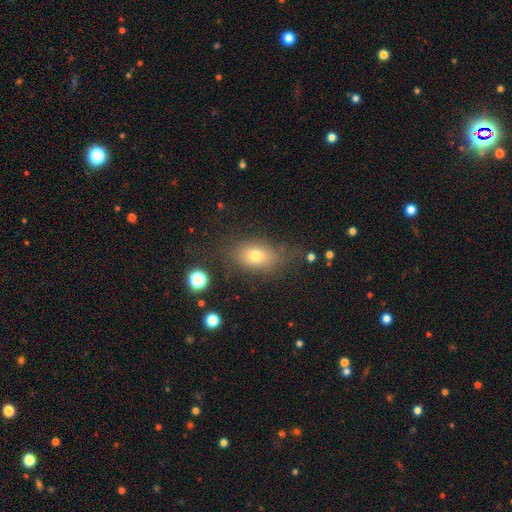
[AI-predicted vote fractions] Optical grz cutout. It shows a smooth galaxy with no disk features (72%) that is in between round and cigar-shaped (78%). Merging: none (72%).